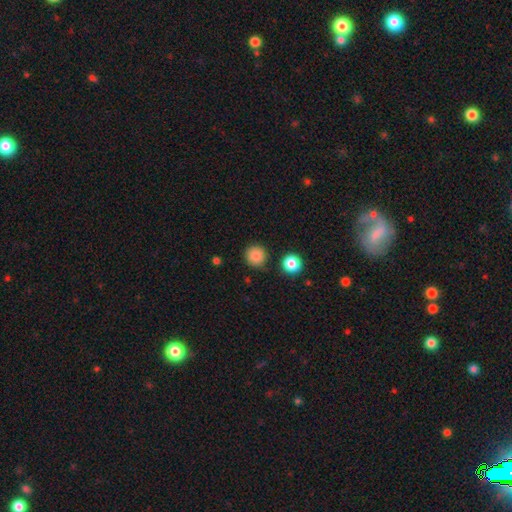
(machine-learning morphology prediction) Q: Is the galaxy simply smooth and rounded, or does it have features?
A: smooth — 86%.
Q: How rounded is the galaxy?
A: round — 94%.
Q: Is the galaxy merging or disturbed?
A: none — 87%.